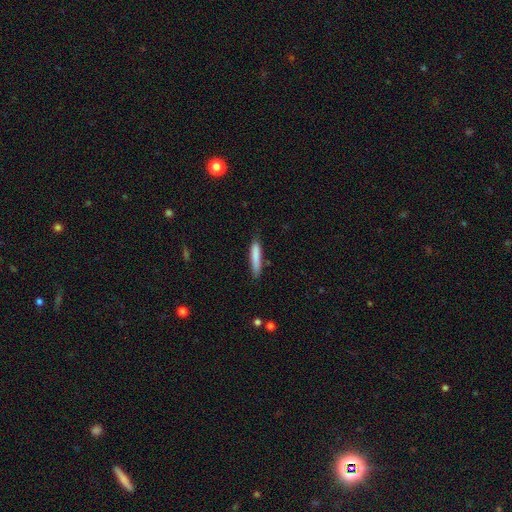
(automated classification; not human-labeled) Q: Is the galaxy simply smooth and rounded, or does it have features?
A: smooth — 82%.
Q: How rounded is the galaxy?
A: cigar-shaped — 88%.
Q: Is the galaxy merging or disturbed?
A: none — 77%.